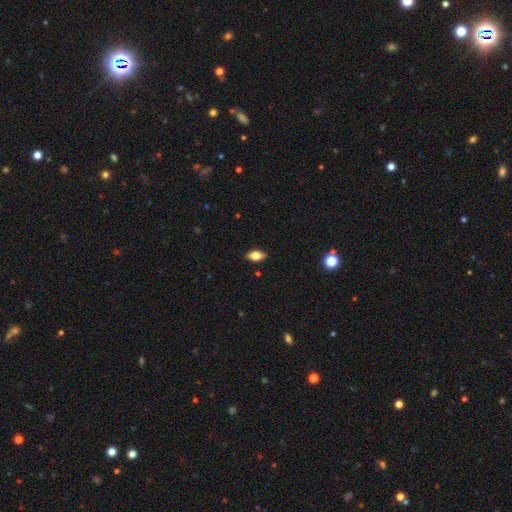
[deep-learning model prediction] Morphology: type=smooth (72%); roundness=in between (88%); merging=none (88%).